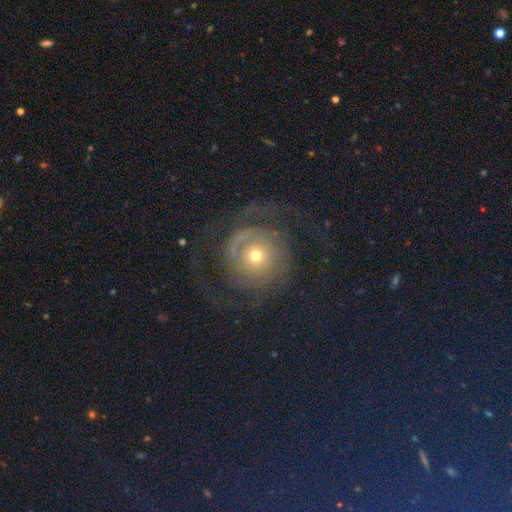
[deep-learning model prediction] A featured or disk galaxy (64%) with no bar (84%), spiral arms (70%) and a small central bulge (50%). Merging: none (55%).